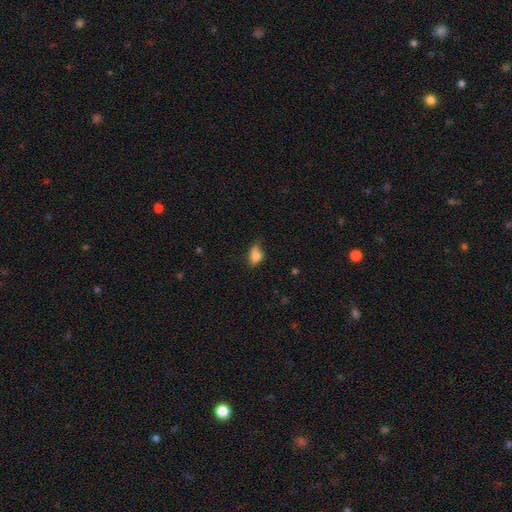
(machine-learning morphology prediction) A smooth galaxy with no disk features (80%) that is in between round and cigar-shaped (83%). Merging: none (44%).